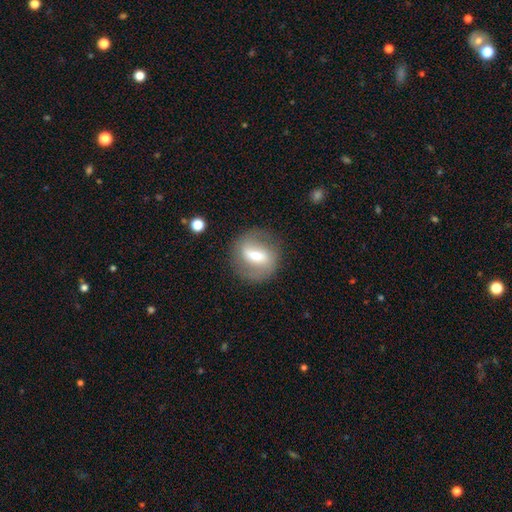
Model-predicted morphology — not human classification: Smooth or featured?
  - featured or disk: 57% *
  - smooth: 36%
  - star or artifact: 7%
Edge-on disk?
  - no: 91% *
  - yes: 9%
Bar?
  - strong: 48% *
  - weak: 39%
  - no: 13%
Spiral arms?
  - yes: 60% *
  - no: 40%
Bulge size?
  - moderate: 57% *
  - small: 26%
  - large: 12%
  - none: 3%
  - dominant: 2%
Merging?
  - none: 78% *
  - minor disturbance: 14%
  - major disturbance: 7%
  - merger: 2%